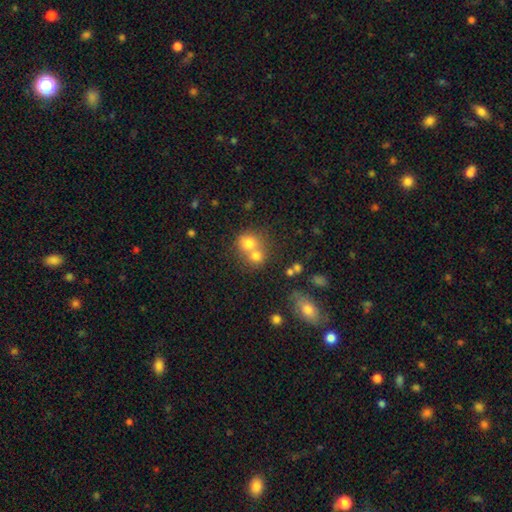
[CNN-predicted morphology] Smooth or featured?
  - smooth: 73% *
  - featured or disk: 16%
  - star or artifact: 12%
How rounded?
  - round: 76% *
  - in between: 23%
  - cigar-shaped: 1%
Merging?
  - merger: 58% *
  - none: 32%
  - minor disturbance: 6%
  - major disturbance: 3%